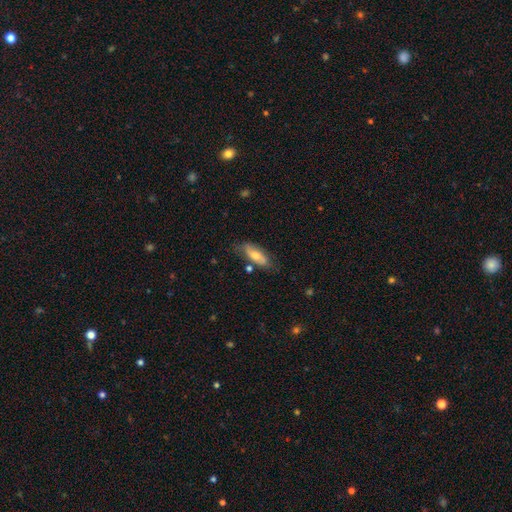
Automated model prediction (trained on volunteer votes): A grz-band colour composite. It shows a smooth galaxy with no disk features (61%) that is in between round and cigar-shaped (75%). Merging: none (68%).